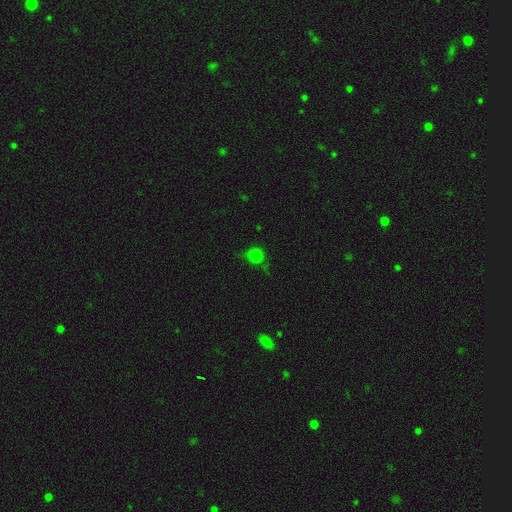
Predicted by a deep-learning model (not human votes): smooth_or_featured: smooth (p=0.75) [alt: star or artifact p=0.19]
how_rounded: round (p=0.87) [alt: in between p=0.12]
merging: none (p=0.65) [alt: minor disturbance p=0.25]